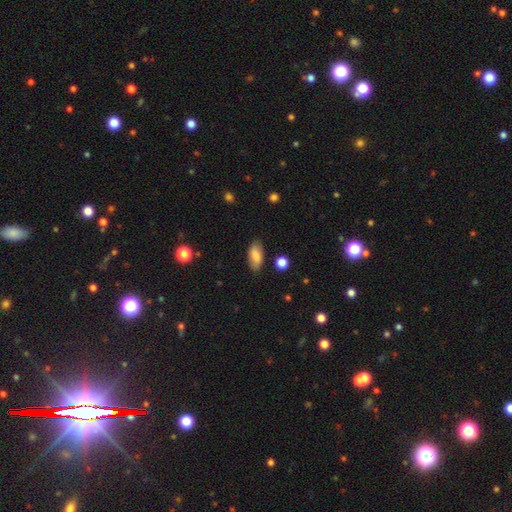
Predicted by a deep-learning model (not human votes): Morphology: type=smooth (82%); roundness=in between (88%); merging=none (82%).